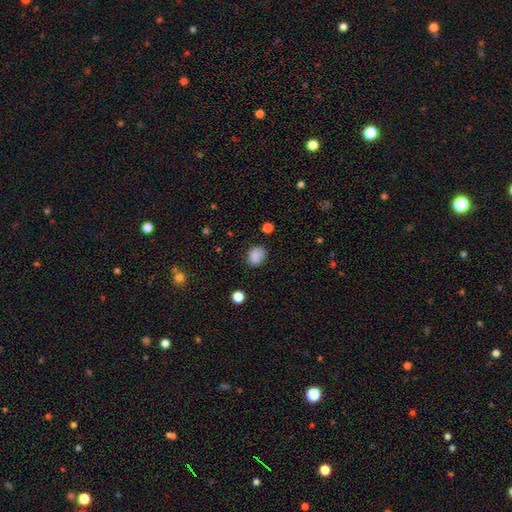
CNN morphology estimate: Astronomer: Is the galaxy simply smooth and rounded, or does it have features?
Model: smooth — 85%.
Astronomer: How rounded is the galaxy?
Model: in between — 58% (runner-up: round, 41%).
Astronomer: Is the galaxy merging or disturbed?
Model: none — 76%.